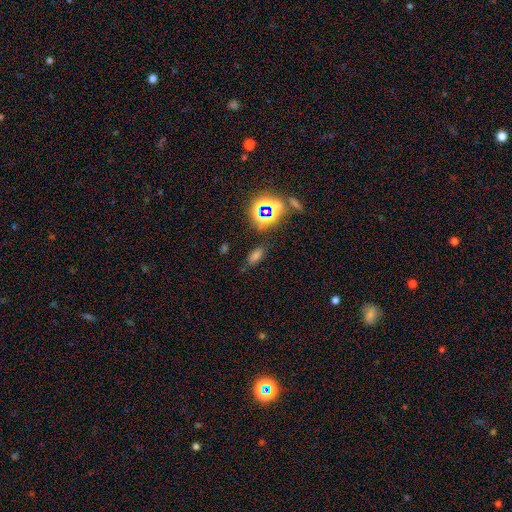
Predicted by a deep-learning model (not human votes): Q: Smooth or featured?
A: smooth (50%); runner-up: star or artifact (40%)
Q: Merging?
A: none (78%); runner-up: minor disturbance (13%)